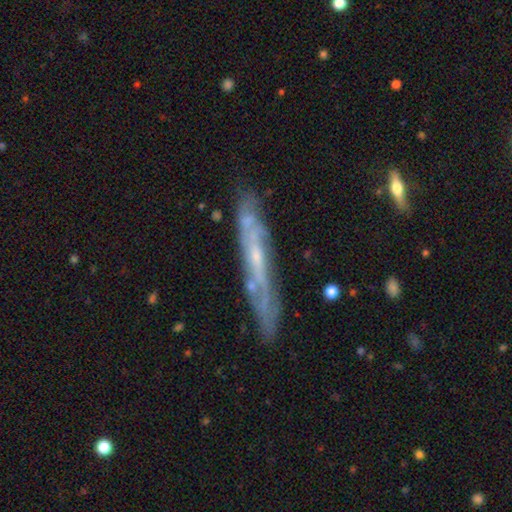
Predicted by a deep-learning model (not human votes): Overall: featured or disk (74%). Edge-on disk: yes (62%; no 38%). Merging: none (71%).